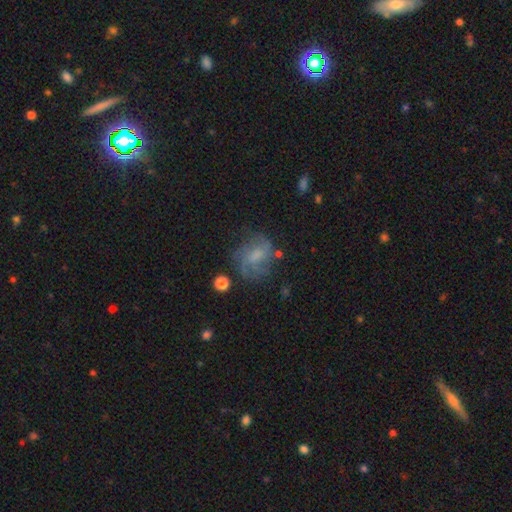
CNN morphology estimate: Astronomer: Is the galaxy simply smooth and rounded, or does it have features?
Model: featured or disk — 56% (runner-up: smooth, 33%).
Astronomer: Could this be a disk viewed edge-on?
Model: no — 97%.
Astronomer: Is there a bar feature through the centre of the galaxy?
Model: weak — 46% (runner-up: no, 45%).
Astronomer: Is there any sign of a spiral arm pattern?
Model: yes — 77%.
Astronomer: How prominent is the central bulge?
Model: moderate — 34% (runner-up: small, 33%).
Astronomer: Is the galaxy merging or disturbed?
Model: none — 59%.